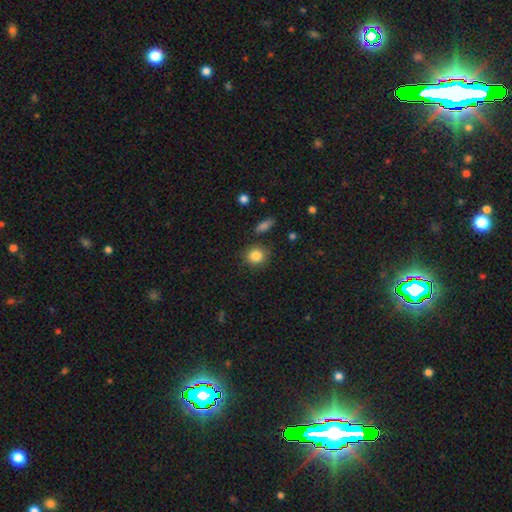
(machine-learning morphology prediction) This appears to be a smooth galaxy with no disk features (85%) that is round (82%). Merging: none (84%).